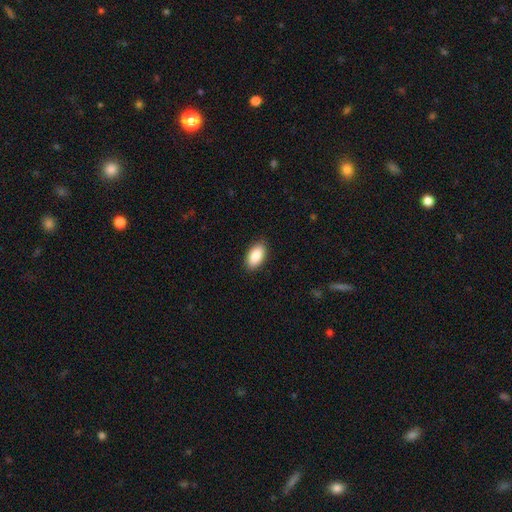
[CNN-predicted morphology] Overall: smooth (89%). How rounded: in between (94%). Merging: none (88%).